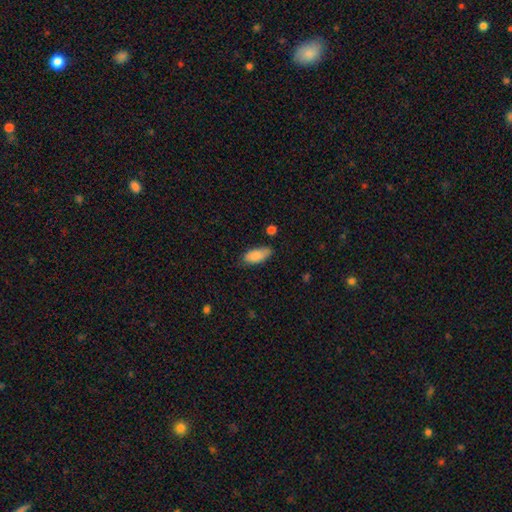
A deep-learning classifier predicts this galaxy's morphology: Q: Smooth or featured?
A: smooth (86%); runner-up: featured or disk (7%)
Q: How rounded?
A: in between (83%); runner-up: cigar-shaped (14%)
Q: Merging?
A: none (66%); runner-up: minor disturbance (26%)